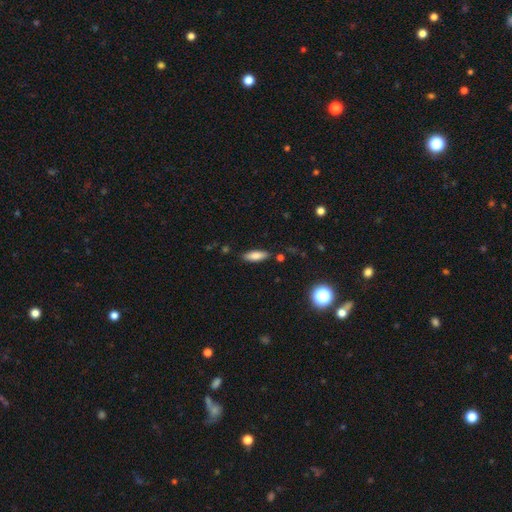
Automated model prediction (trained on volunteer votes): This is likely a smooth galaxy (79%). How rounded: possibly in between (60%). Merging: clearly none (84%).